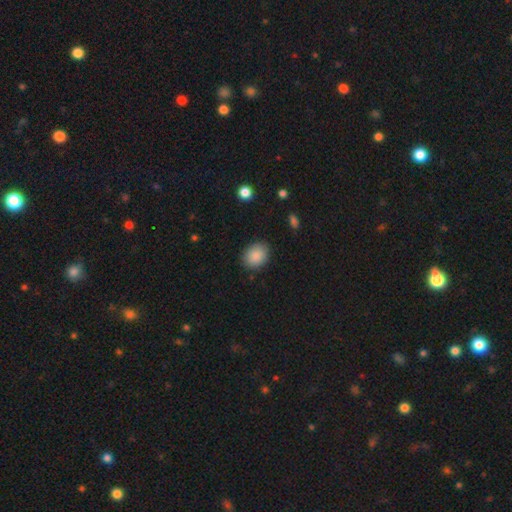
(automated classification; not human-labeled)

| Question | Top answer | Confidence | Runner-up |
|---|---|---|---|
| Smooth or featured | smooth | 88% | star or artifact (7%) |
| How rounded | in between | 54% | round (45%) |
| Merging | none | 86% | minor disturbance (10%) |